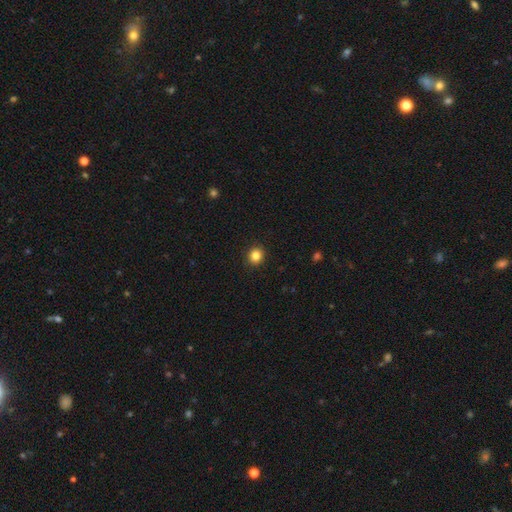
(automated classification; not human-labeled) Smooth or featured? smooth (84%)
How rounded? round (86%)
Merging? none (92%)